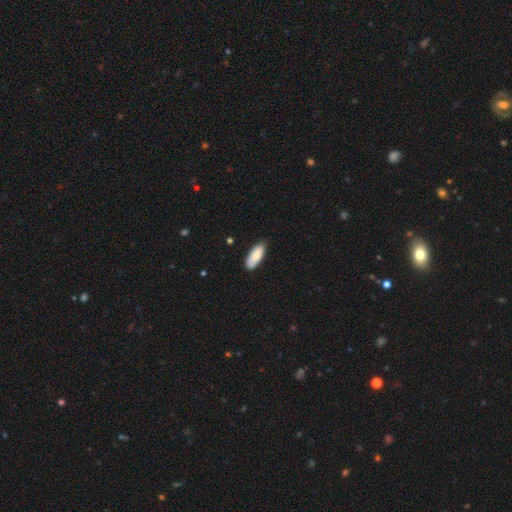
Volunteers were most divided on "how rounded": in between: 71%, cigar-shaped: 29%, round: 0%. More confident: smooth or featured — smooth (95%); merging — none (89%).